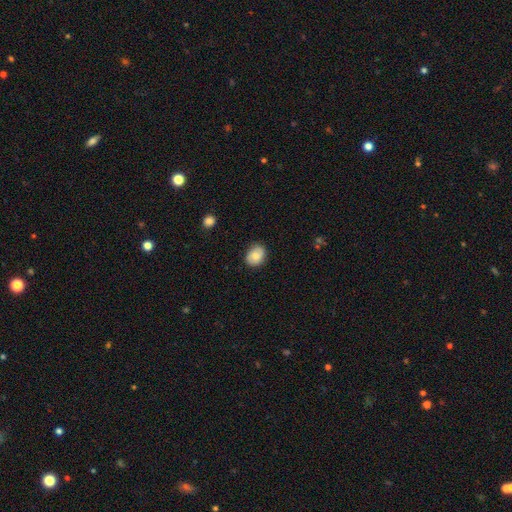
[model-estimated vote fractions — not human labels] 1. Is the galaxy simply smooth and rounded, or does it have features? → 72% smooth, 20% featured or disk, 8% star or artifact.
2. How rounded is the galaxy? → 51% in between, 48% round, 1% cigar-shaped.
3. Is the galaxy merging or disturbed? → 81% none, 15% minor disturbance, 3% major disturbance, 1% merger.